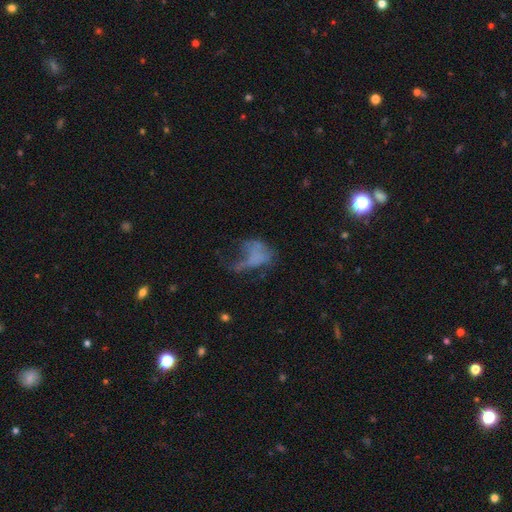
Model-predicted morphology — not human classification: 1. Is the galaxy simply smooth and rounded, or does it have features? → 43% smooth, 40% featured or disk, 17% star or artifact.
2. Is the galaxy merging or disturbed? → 55% major disturbance, 21% none, 16% minor disturbance, 8% merger.